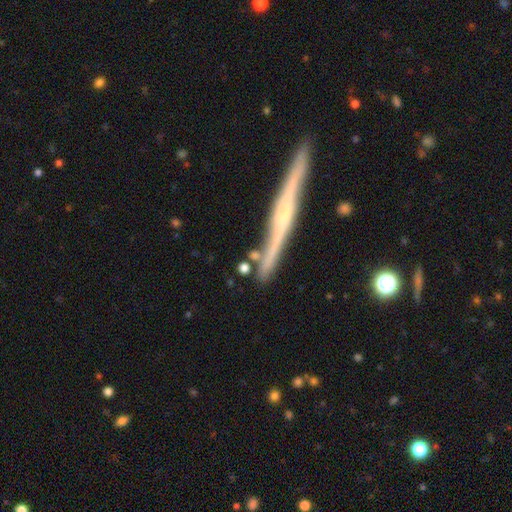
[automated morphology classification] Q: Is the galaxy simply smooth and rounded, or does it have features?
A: featured or disk — 74%.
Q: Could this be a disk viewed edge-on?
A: yes — 96%.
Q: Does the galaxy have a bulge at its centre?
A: rounded — 53%.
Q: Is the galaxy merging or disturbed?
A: none — 80%.